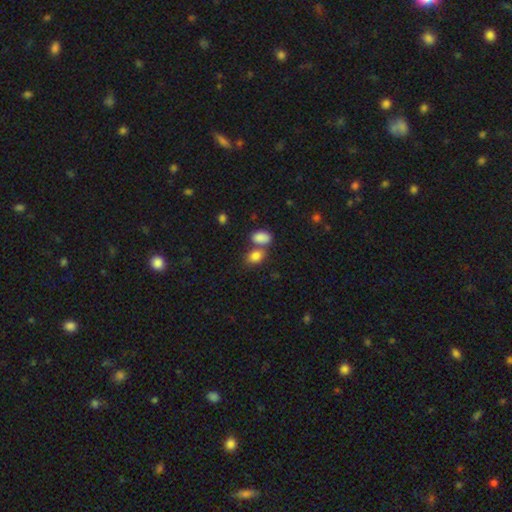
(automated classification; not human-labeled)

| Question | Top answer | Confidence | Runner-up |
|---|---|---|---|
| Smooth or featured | smooth | 85% | star or artifact (9%) |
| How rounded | in between | 79% | round (19%) |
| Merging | none | 44% | merger (42%) |